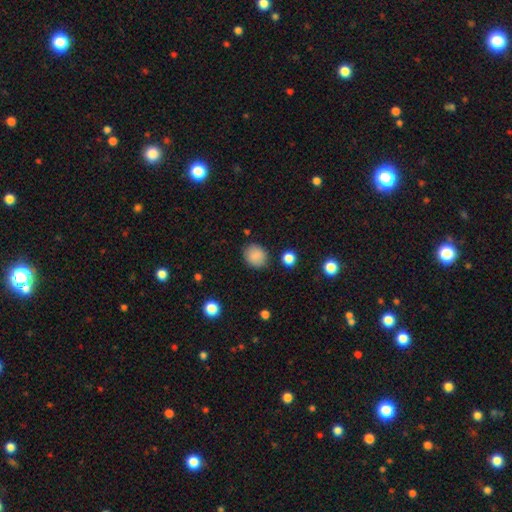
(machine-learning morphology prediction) The model was most divided on "how rounded": round: 73%, in between: 26%, cigar-shaped: 1%. More confident: smooth or featured — smooth (87%); merging — none (85%).